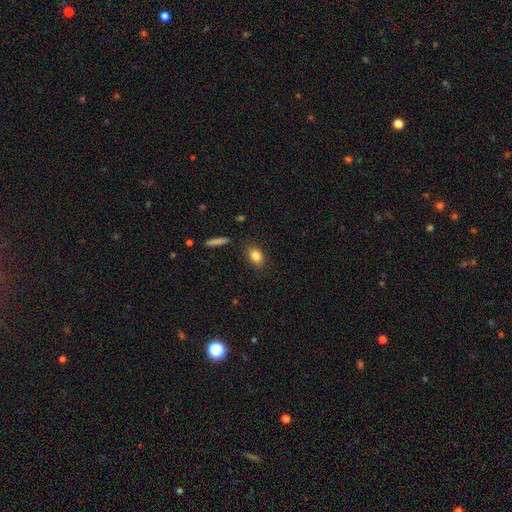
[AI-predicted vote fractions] Morphology: type=smooth (83%); roundness=in between (80%); merging=none (86%).